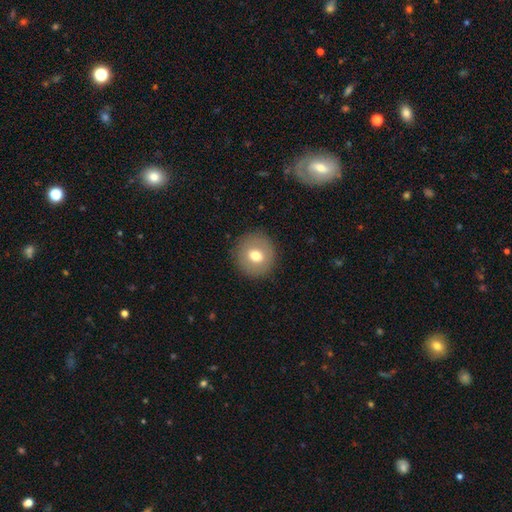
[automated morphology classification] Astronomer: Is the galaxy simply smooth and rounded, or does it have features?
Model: smooth — 70%.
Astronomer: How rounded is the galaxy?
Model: round — 92%.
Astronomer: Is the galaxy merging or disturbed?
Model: none — 90%.